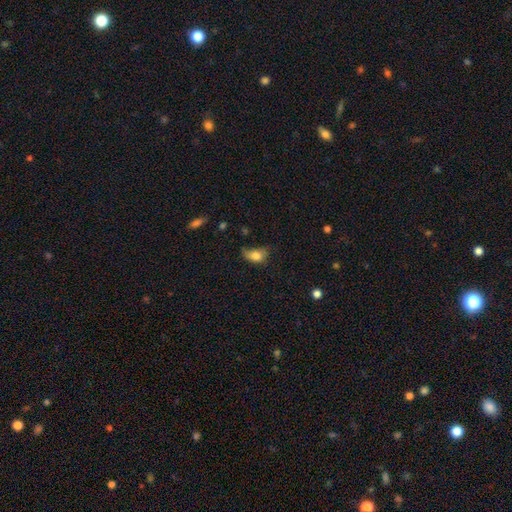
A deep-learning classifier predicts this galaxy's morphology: Q: Smooth or featured?
A: smooth (79%); runner-up: featured or disk (11%)
Q: How rounded?
A: in between (77%); runner-up: round (21%)
Q: Merging?
A: minor disturbance (41%); runner-up: none (32%)